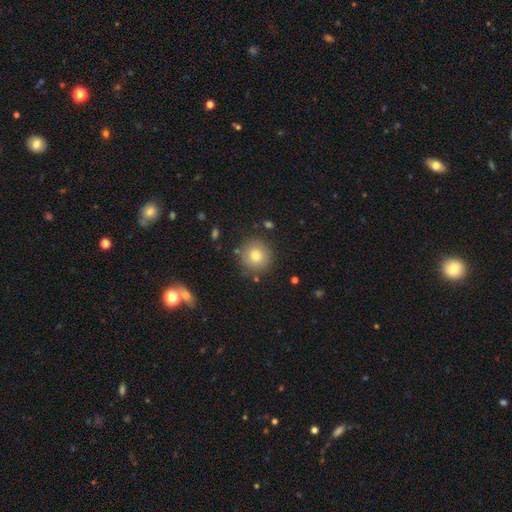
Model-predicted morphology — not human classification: Q: Smooth or featured?
A: smooth (77%); runner-up: featured or disk (12%)
Q: How rounded?
A: round (94%); runner-up: in between (5%)
Q: Merging?
A: none (86%); runner-up: minor disturbance (9%)